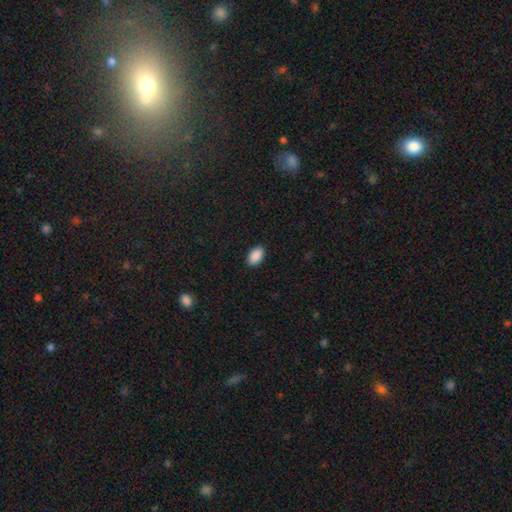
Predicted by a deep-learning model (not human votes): Smooth or featured? Predicted: smooth (p=0.90). How rounded? Predicted: in between (p=0.93). Merging? Predicted: none (p=0.89).